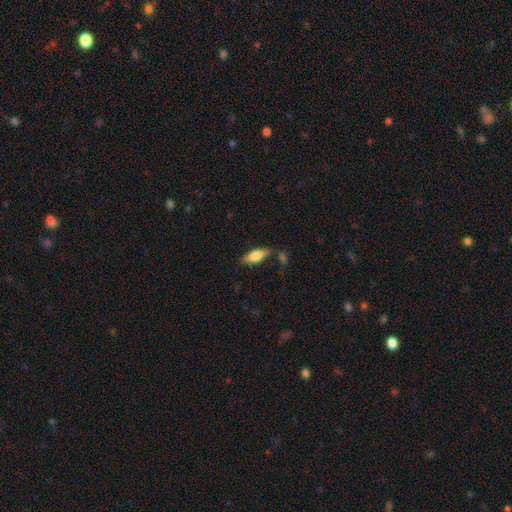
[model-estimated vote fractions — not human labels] A smooth galaxy with no disk features (71%) that is in between round and cigar-shaped (75%). Merging: none (70%).